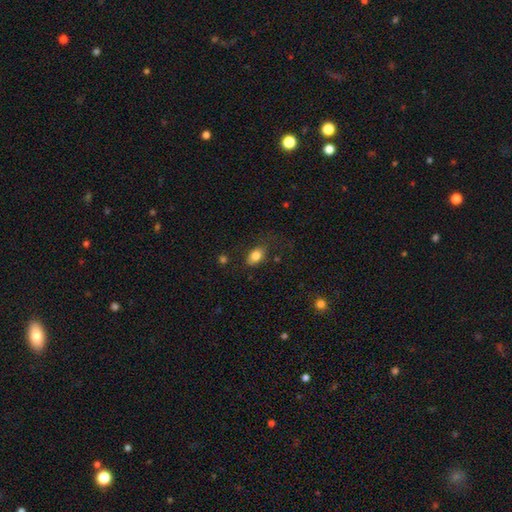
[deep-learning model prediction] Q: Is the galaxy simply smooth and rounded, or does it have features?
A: smooth — 82%.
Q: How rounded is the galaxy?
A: in between — 84%.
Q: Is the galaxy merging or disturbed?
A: none — 72%.